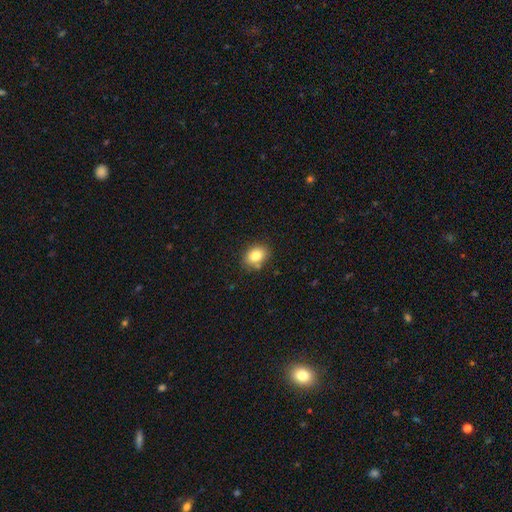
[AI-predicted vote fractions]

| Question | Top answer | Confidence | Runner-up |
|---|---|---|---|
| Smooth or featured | smooth | 82% | star or artifact (9%) |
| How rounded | in between | 63% | round (36%) |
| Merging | none | 77% | minor disturbance (14%) |